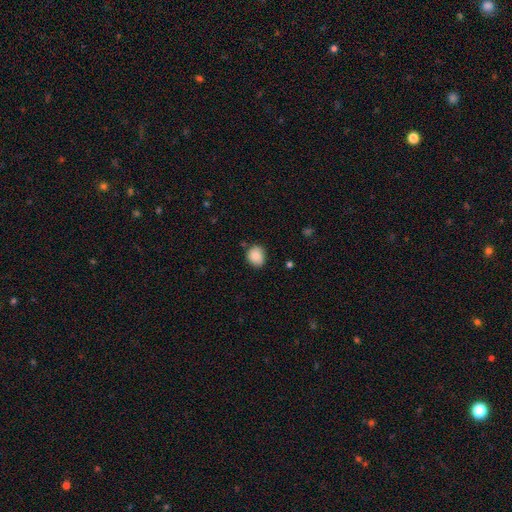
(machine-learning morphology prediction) Smooth or featured? smooth (85%)
How rounded? round (63%)
Merging? none (78%)